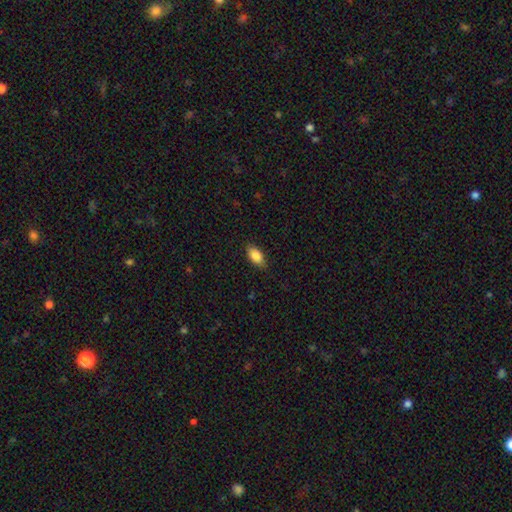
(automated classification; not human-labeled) This appears to be a smooth galaxy with no disk features (87%) that is in between round and cigar-shaped (91%). Merging: none (85%).